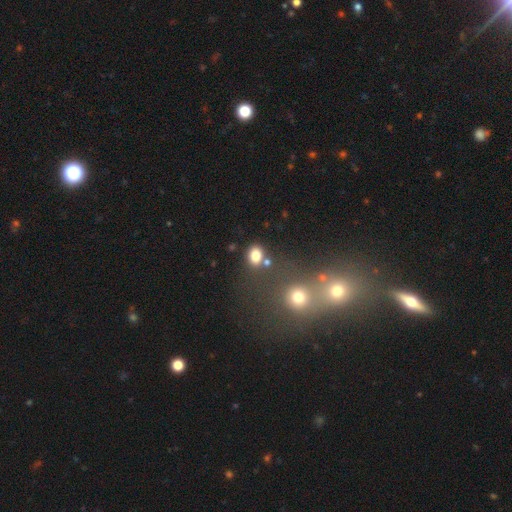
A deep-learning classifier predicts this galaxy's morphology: A smooth galaxy with no disk features (80%) that is in between round and cigar-shaped (57%).

Vote fractions:
- Smooth or featured? smooth: 80% / star or artifact: 13% / featured or disk: 7%
- How rounded? in between: 57% / round: 42% / cigar-shaped: 1%
- Merging? none: 68% / merger: 14% / minor disturbance: 13% / major disturbance: 5%